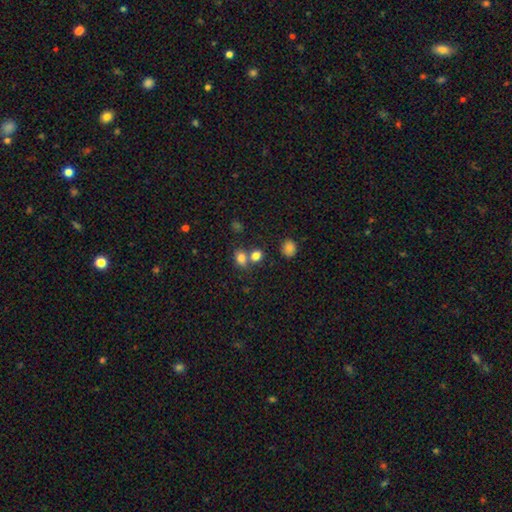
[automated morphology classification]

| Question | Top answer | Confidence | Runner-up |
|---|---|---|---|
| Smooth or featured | smooth | 80% | star or artifact (13%) |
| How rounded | round | 50% | in between (49%) |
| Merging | none | 52% | merger (34%) |